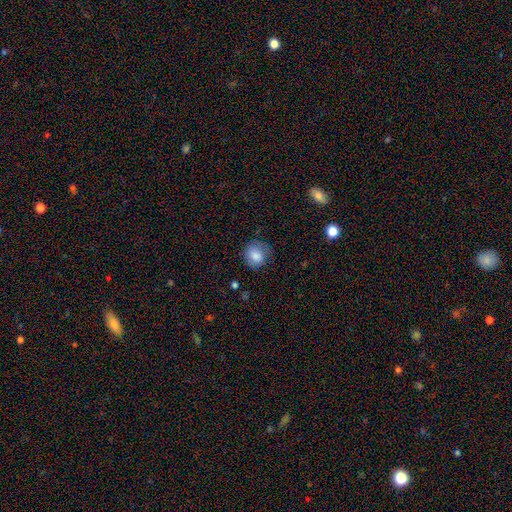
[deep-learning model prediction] This appears to be a smooth galaxy with no disk features (81%) that is round (71%). Merging: none (68%).